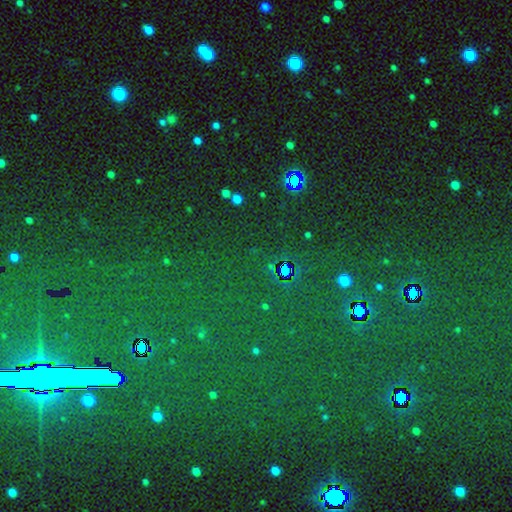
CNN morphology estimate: This appears to be a star or artifact, not a galaxy (82%).